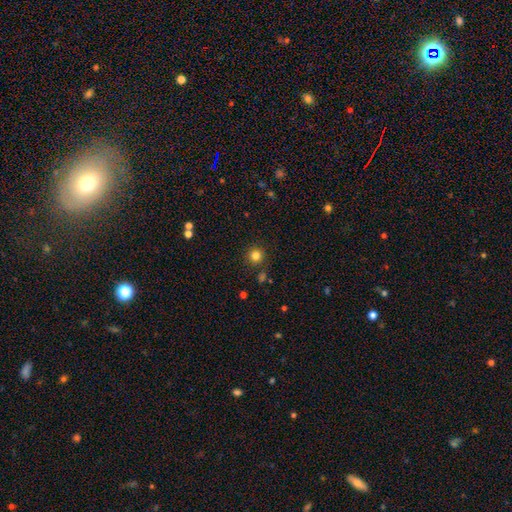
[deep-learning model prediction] Q: Smooth or featured?
A: smooth (81%); runner-up: star or artifact (14%)
Q: How rounded?
A: round (94%); runner-up: in between (5%)
Q: Merging?
A: none (88%); runner-up: minor disturbance (7%)